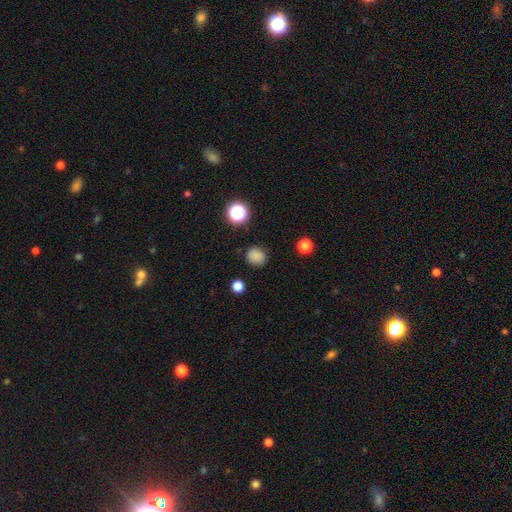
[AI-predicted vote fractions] This appears to be a smooth galaxy with no disk features (82%) that is round (77%). Merging: none (85%).